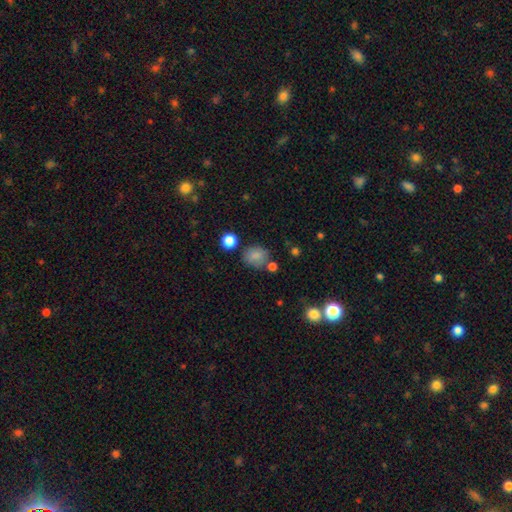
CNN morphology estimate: Smooth or featured?
  - smooth: 79% *
  - star or artifact: 12%
  - featured or disk: 9%
How rounded?
  - round: 68% *
  - in between: 31%
  - cigar-shaped: 1%
Merging?
  - none: 65% *
  - minor disturbance: 18%
  - merger: 10%
  - major disturbance: 6%